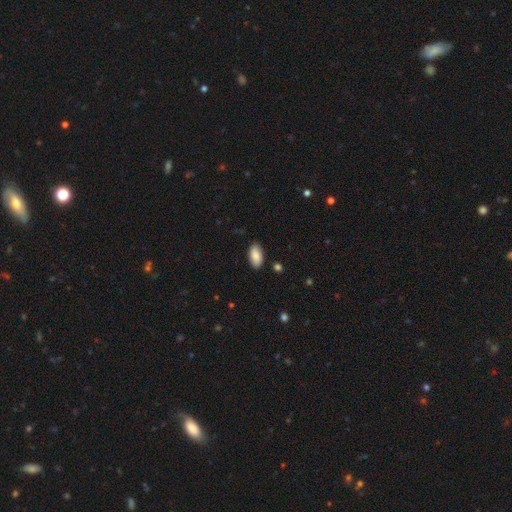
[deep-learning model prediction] A smooth galaxy with no disk features (87%) that is in between round and cigar-shaped (94%). Merging: none (87%).